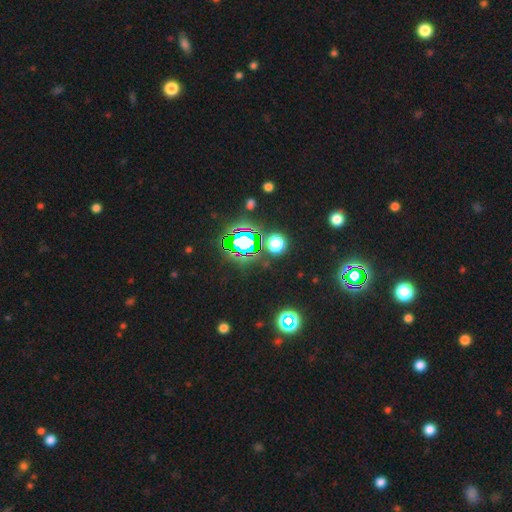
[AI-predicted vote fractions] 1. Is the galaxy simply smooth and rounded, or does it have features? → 81% star or artifact, 12% smooth, 7% featured or disk.